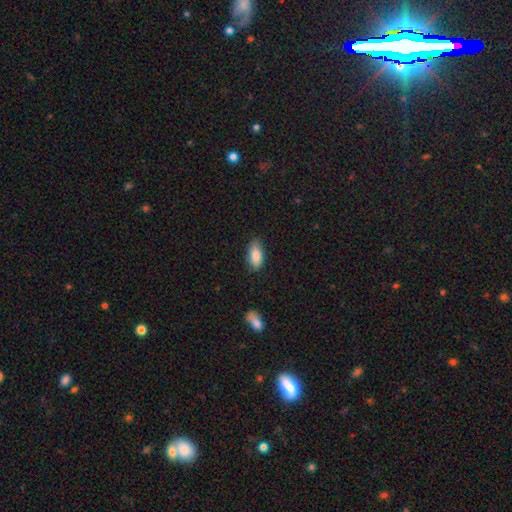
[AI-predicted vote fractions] A smooth galaxy with no disk features (85%) that is in between round and cigar-shaped (90%). Merging: none (75%).